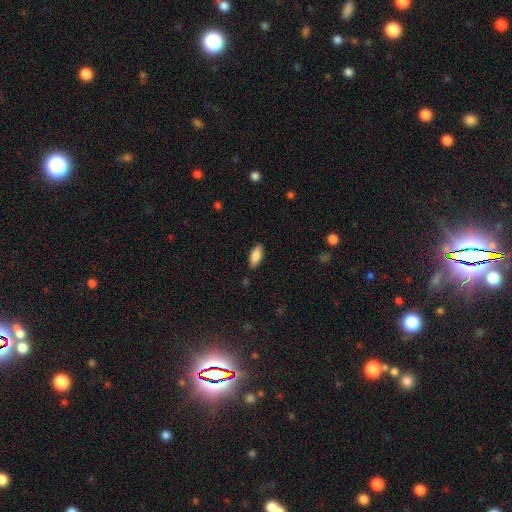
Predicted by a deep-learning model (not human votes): Smooth or featured? smooth (85%)
How rounded? in between (79%)
Merging? none (86%)